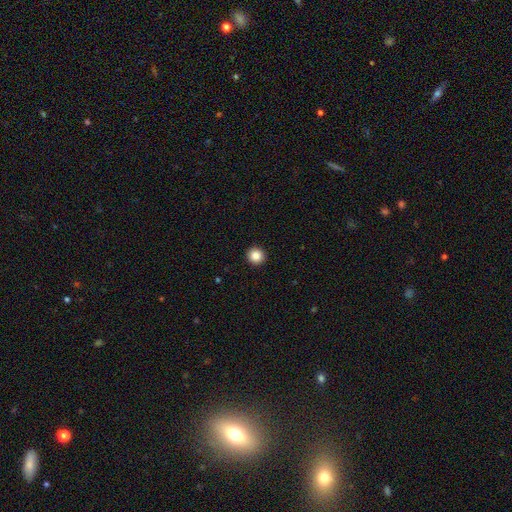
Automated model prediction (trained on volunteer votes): Overall: smooth (86%). How rounded: round (95%). Merging: none (94%).